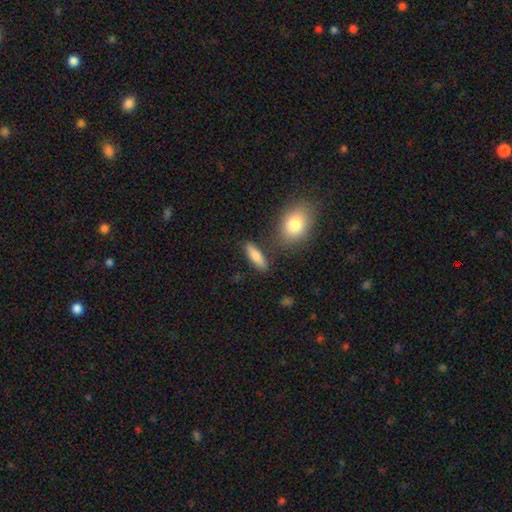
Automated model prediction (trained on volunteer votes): Smooth or featured?
  - smooth: 79% *
  - featured or disk: 14%
  - star or artifact: 7%
How rounded?
  - in between: 50% *
  - cigar-shaped: 45%
  - round: 4%
Merging?
  - none: 79% *
  - minor disturbance: 11%
  - merger: 7%
  - major disturbance: 3%